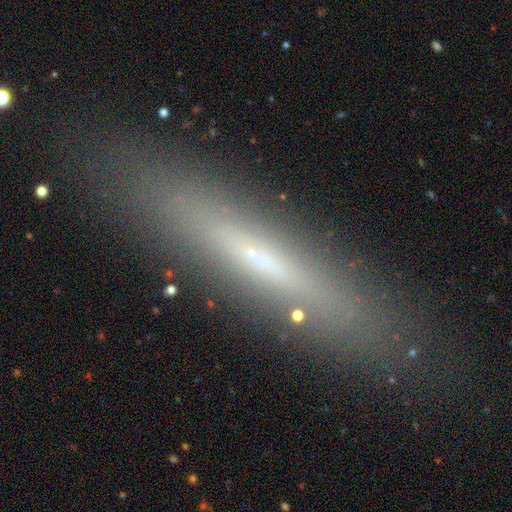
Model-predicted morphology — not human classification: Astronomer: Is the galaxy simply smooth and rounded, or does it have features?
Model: featured or disk — 51% (runner-up: smooth, 36%).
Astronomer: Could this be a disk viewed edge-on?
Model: yes — 79%.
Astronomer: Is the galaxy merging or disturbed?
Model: none — 85%.